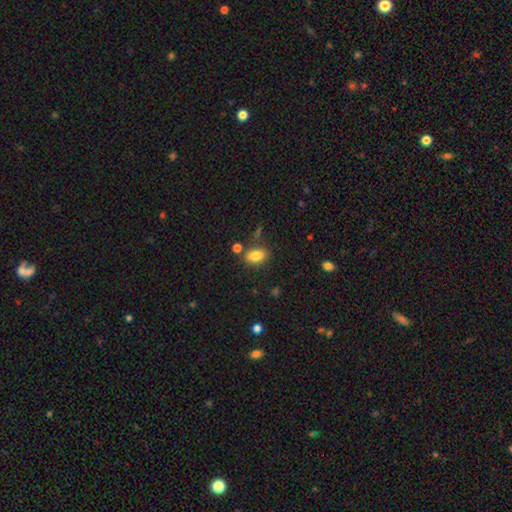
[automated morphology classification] Smooth or featured? Predicted: smooth (p=0.84). How rounded? Predicted: in between (p=0.86). Merging? Predicted: none (p=0.75).